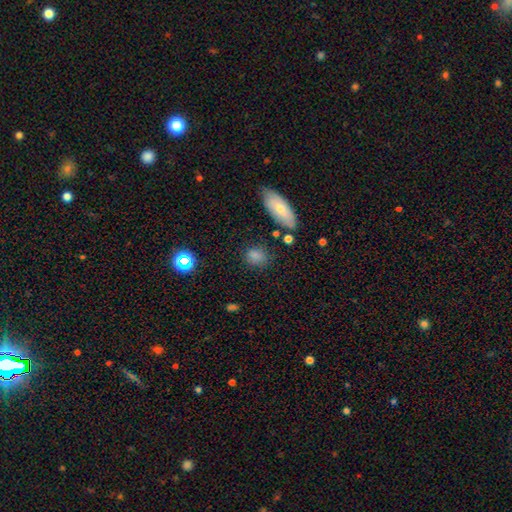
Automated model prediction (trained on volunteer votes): This appears to be a smooth galaxy with no disk features (81%) that is round (51%). Merging: none (77%).